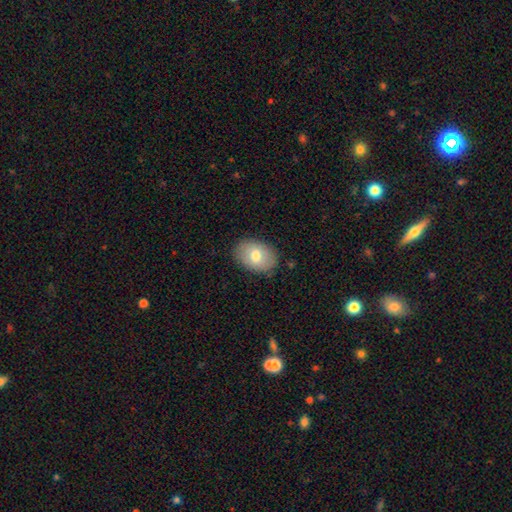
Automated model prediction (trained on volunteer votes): smooth-or-featured: smooth: 75% | featured or disk: 18% | star or artifact: 7%
  how-rounded: in between: 81% | round: 18% | cigar-shaped: 1%
  merging: none: 85% | minor disturbance: 12% | major disturbance: 3% | merger: 1%